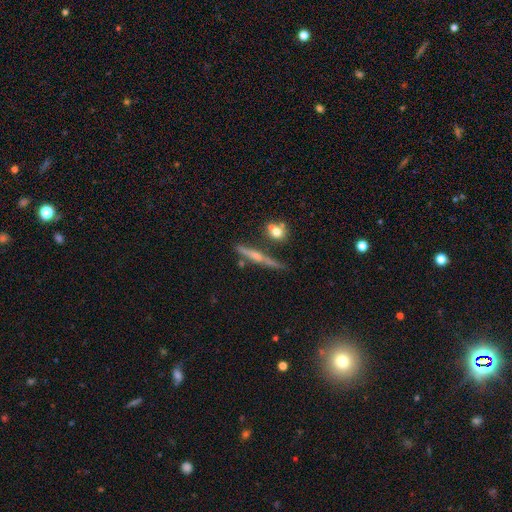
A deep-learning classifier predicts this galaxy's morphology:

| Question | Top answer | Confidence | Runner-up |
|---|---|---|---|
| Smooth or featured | featured or disk | 66% | smooth (25%) |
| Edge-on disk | yes | 96% | no (4%) |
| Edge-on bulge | rounded | 71% | none (19%) |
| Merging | none | 75% | minor disturbance (13%) |